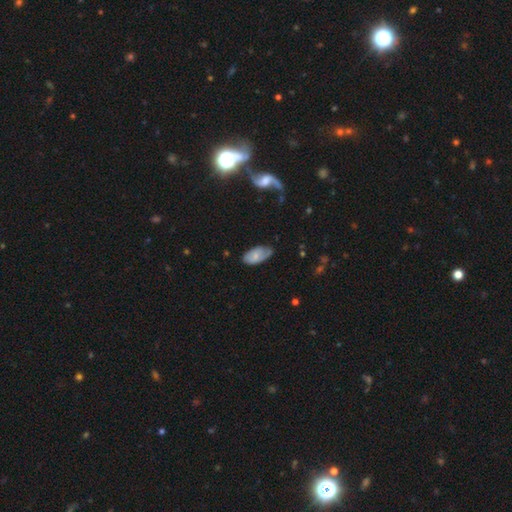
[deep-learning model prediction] This appears to be a smooth galaxy with no disk features (63%) that is in between round and cigar-shaped (93%). Merging: none (59%).